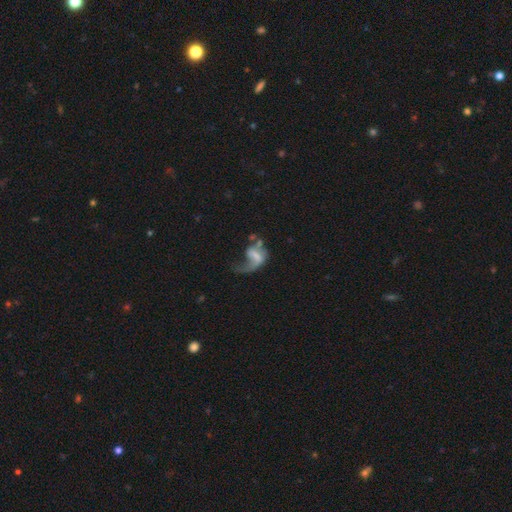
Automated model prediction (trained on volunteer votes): Q: Smooth or featured?
A: featured or disk (62%); runner-up: smooth (29%)
Q: Edge-on disk?
A: no (97%); runner-up: yes (3%)
Q: Bar?
A: weak (41%); runner-up: no (40%)
Q: Spiral arms?
A: yes (70%); runner-up: no (30%)
Q: Bulge size?
A: none (39%); runner-up: small (34%)
Q: Merging?
A: major disturbance (57%); runner-up: none (20%)